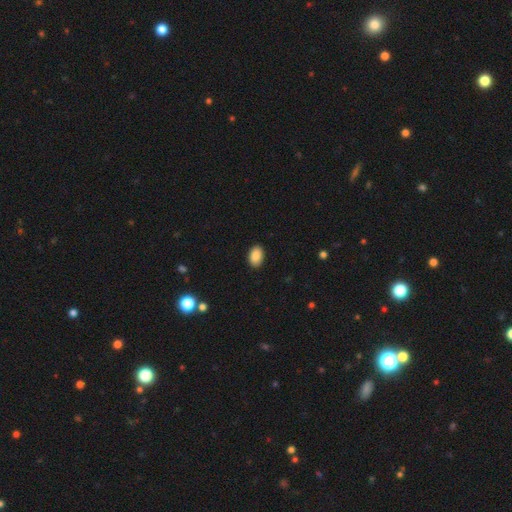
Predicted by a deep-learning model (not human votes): Morphology: type=smooth (89%); roundness=in between (86%); merging=none (90%).